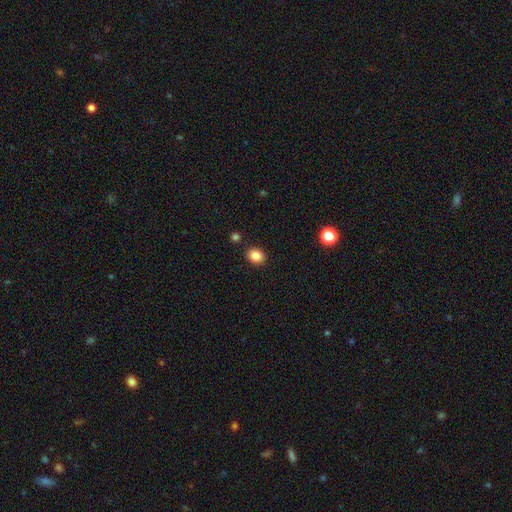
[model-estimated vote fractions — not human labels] This appears to be a smooth galaxy with no disk features (85%) that is round (54%). Merging: none (87%).